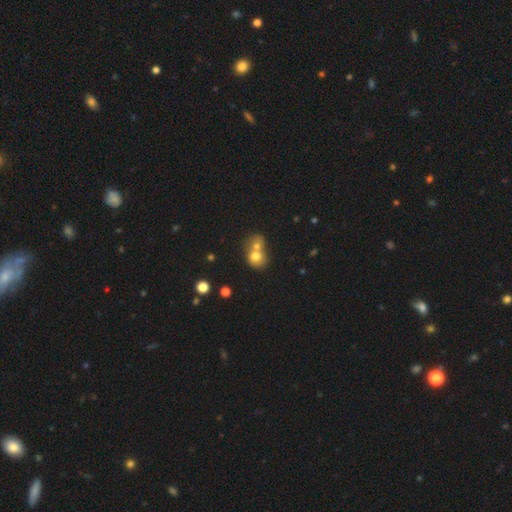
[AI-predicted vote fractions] Smooth or featured? Predicted: smooth (p=0.71). How rounded? Predicted: round (p=0.67). Merging? Predicted: merger (p=0.70).